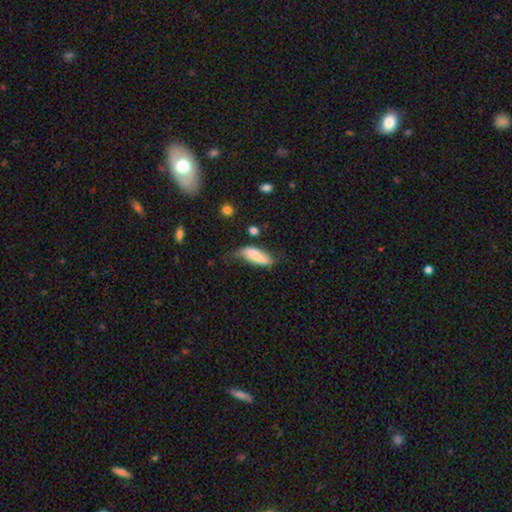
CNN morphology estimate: type=smooth (53%); roundness=in between (68%); merging=none (49%).